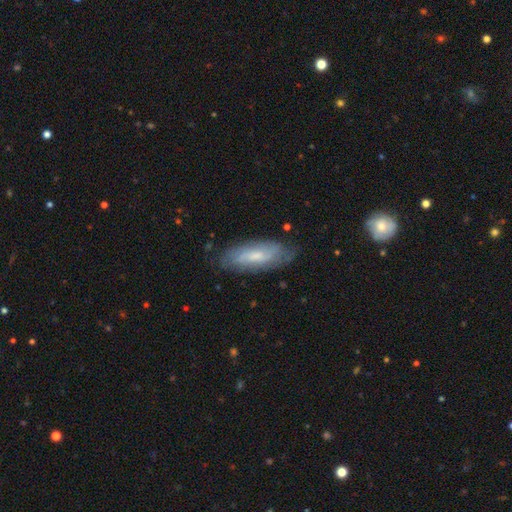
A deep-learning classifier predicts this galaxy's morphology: Smooth or featured?
  - featured or disk: 52% *
  - smooth: 42%
  - star or artifact: 7%
Edge-on disk?
  - no: 80% *
  - yes: 20%
Merging?
  - none: 75% *
  - minor disturbance: 19%
  - major disturbance: 5%
  - merger: 1%